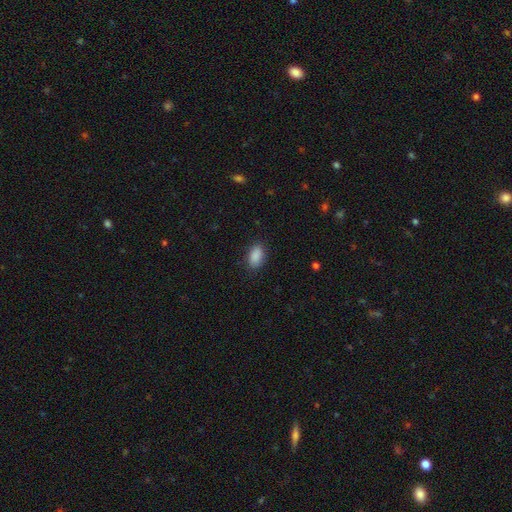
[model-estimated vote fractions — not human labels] Smooth or featured: smooth — 89% (star or artifact — 8%)
How rounded: in between — 92% (round — 5%)
Merging: none — 86% (minor disturbance — 10%)